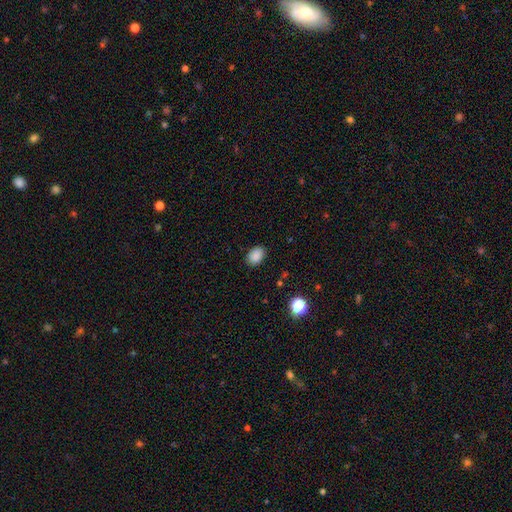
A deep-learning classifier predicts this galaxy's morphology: type=smooth (87%); roundness=in between (78%); merging=none (86%).